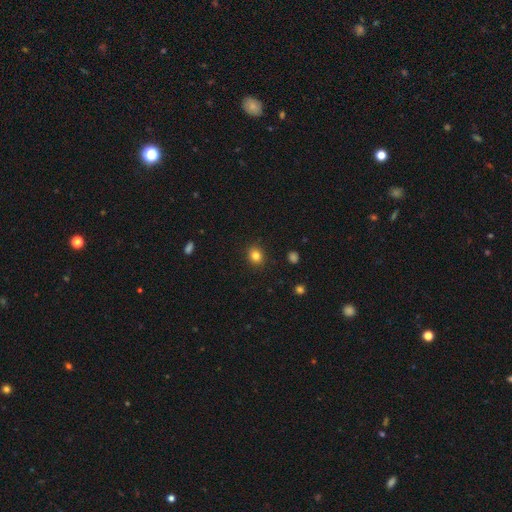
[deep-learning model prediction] The model was most divided on "how rounded": round: 72%, in between: 27%, cigar-shaped: 1%. More confident: merging — none (90%); smooth or featured — smooth (83%).